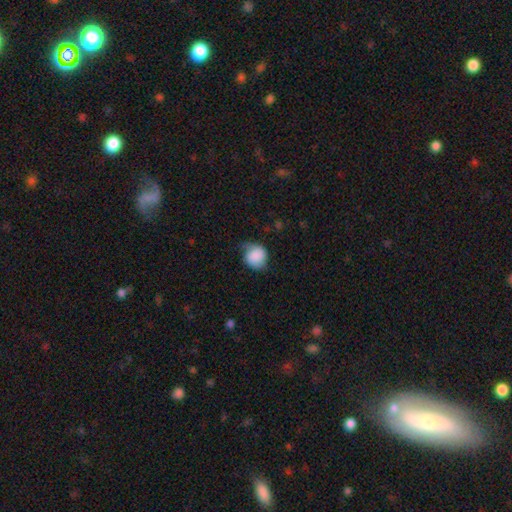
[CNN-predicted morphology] The model was most divided on "merging": none: 41%, minor disturbance: 40%, major disturbance: 17%, merger: 2%. More confident: smooth or featured — smooth (79%); how rounded — round (77%).